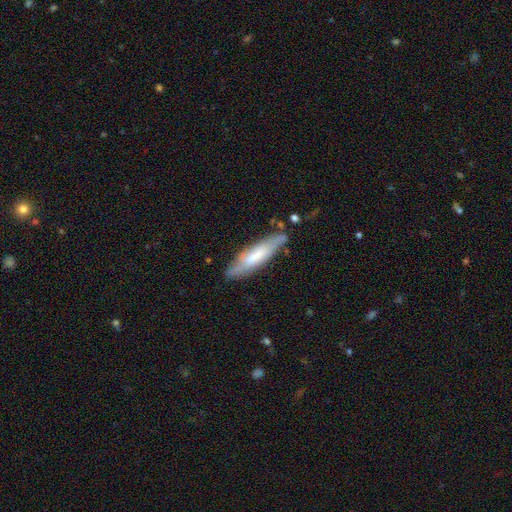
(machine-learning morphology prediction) A smooth galaxy with no disk features (51%) that is cigar-shaped (74%). Merging: none (73%).